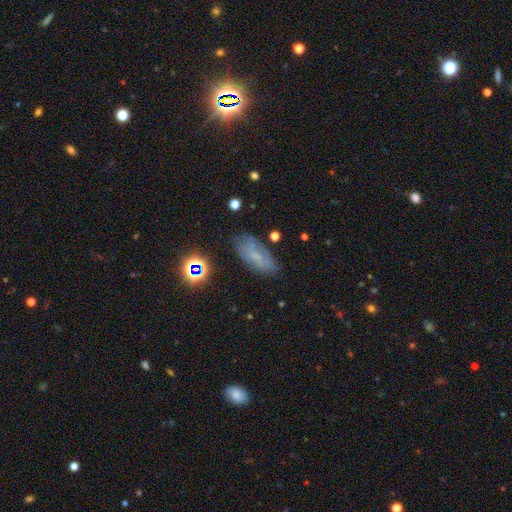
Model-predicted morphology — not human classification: Smooth or featured? smooth (50%)
Merging? none (73%)